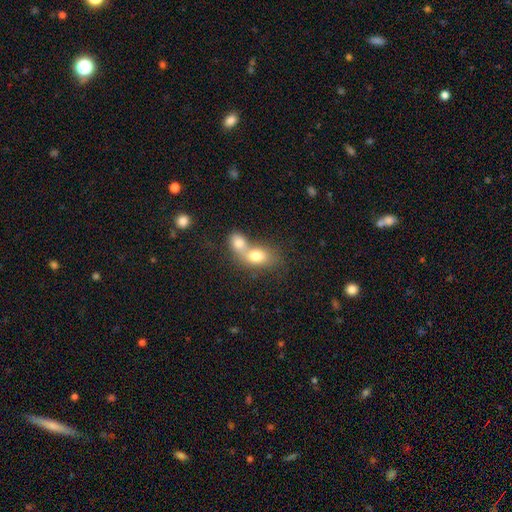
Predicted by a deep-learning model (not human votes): A smooth galaxy with no disk features (75%) that is in between round and cigar-shaped (65%). Merging: merger (73%).